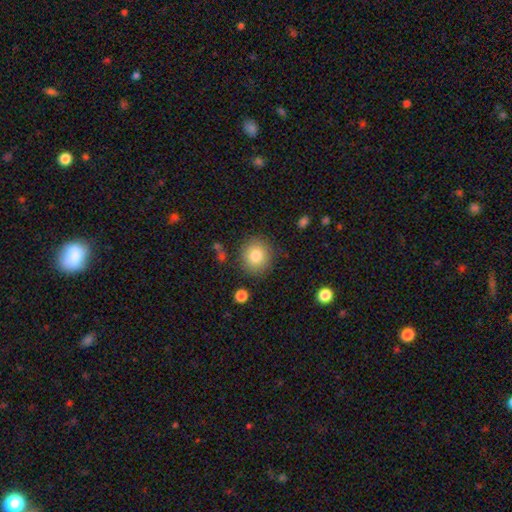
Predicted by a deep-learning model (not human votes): Smooth or featured?
  - smooth: 82% *
  - star or artifact: 10%
  - featured or disk: 9%
How rounded?
  - round: 86% *
  - in between: 13%
  - cigar-shaped: 1%
Merging?
  - none: 85% *
  - minor disturbance: 9%
  - major disturbance: 3%
  - merger: 2%